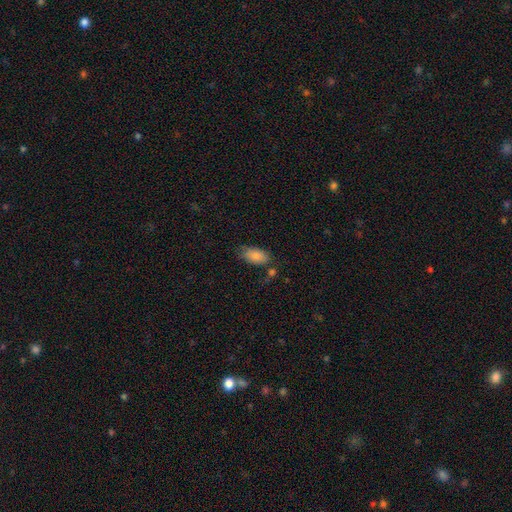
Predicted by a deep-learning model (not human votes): Q: Smooth or featured?
A: smooth (84%); runner-up: featured or disk (8%)
Q: How rounded?
A: in between (93%); runner-up: round (4%)
Q: Merging?
A: none (61%); runner-up: minor disturbance (24%)